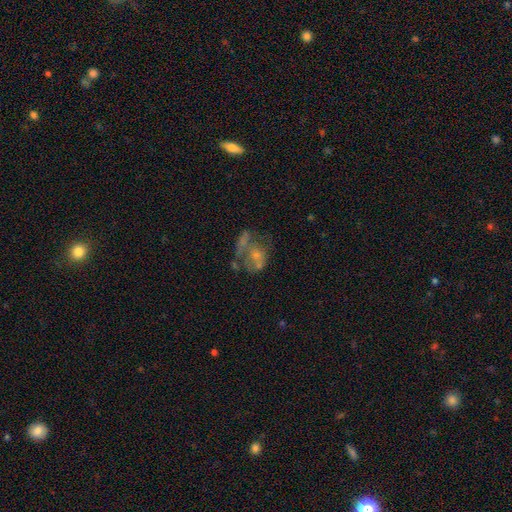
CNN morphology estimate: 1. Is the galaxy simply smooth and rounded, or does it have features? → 52% featured or disk, 34% smooth, 14% star or artifact.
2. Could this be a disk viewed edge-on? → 98% no, 2% yes.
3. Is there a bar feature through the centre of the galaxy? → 90% no, 8% weak, 2% strong.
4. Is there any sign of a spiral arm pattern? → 85% no, 15% yes.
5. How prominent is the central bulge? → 39% none, 33% small, 23% moderate, 3% large, 2% dominant.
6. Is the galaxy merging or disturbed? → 29% major disturbance, 28% none, 28% merger, 15% minor disturbance.